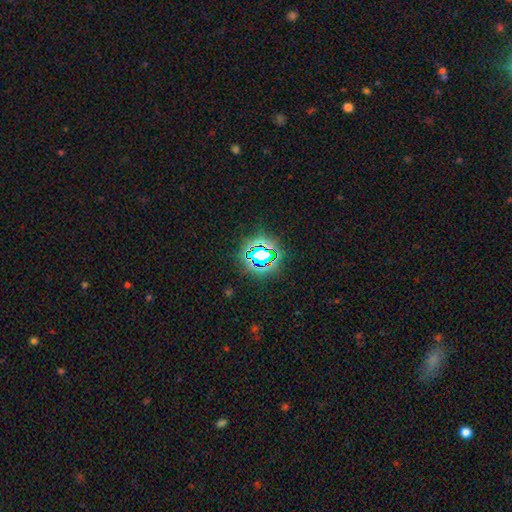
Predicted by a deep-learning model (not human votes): Q: Smooth or featured?
A: star or artifact (74%); runner-up: smooth (16%)